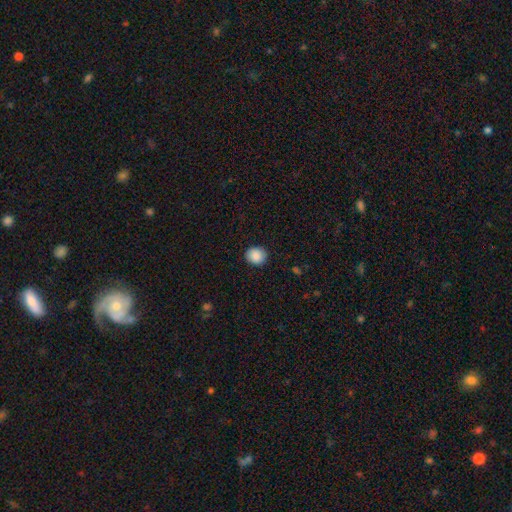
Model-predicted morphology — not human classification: smooth 89%, star or artifact 8%, featured or disk 3%. Down the decision tree: how rounded — round (81%); merging — none (90%).